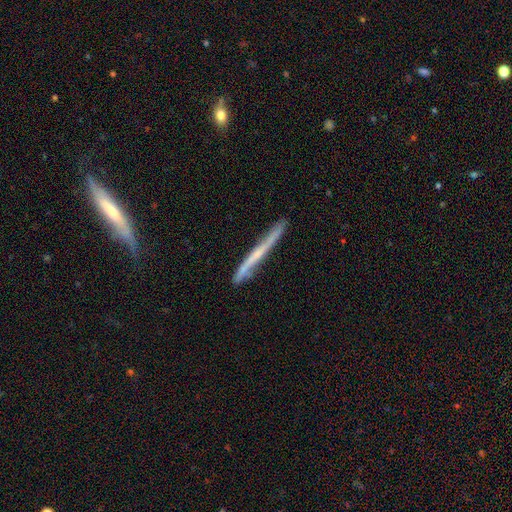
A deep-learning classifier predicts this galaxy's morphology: Overall: featured or disk (61%; smooth 32%). Edge-on disk: yes (92%). Edge-on bulge: none (74%). Merging: none (77%).